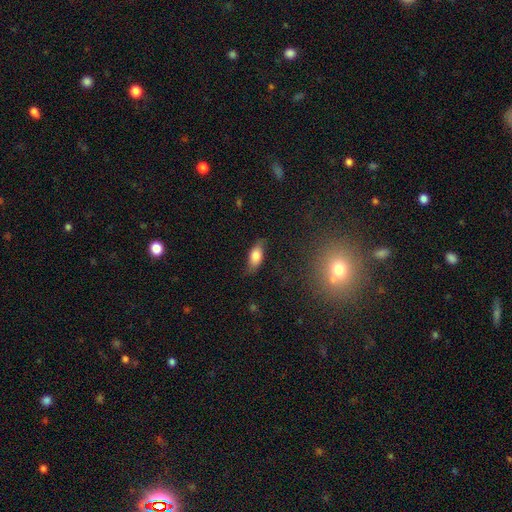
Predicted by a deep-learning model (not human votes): Overall: smooth (77%). How rounded: in between (85%). Merging: none (71%).